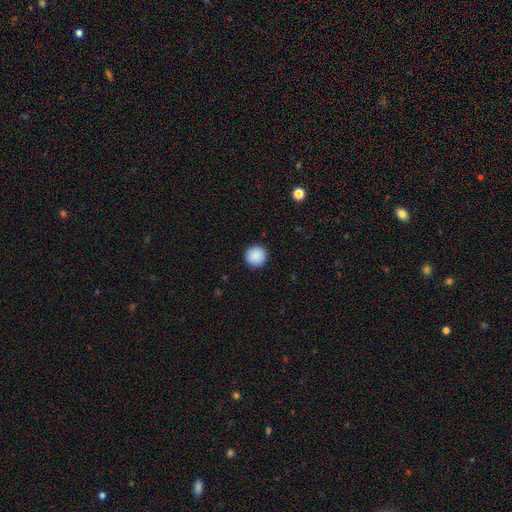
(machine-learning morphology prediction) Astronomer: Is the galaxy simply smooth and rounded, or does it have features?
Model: smooth — 89%.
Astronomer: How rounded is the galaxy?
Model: round — 97%.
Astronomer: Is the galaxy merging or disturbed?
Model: none — 93%.